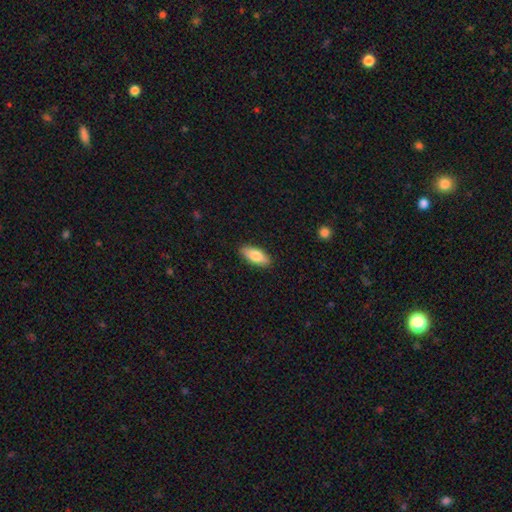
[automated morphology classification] Overall: smooth (80%). How rounded: in between (81%). Merging: none (88%).